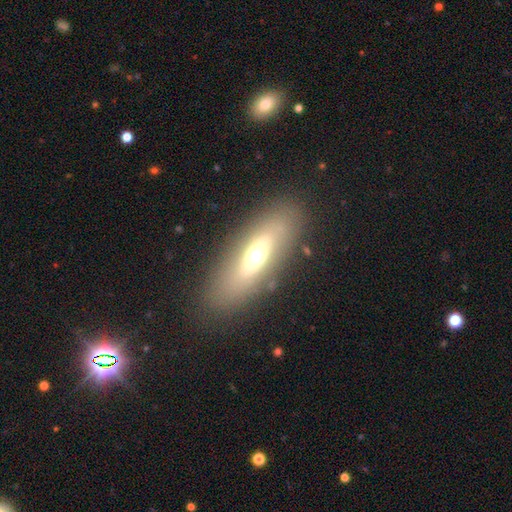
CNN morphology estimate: Q: Smooth or featured?
A: smooth (48%); runner-up: featured or disk (43%)
Q: Merging?
A: none (84%); runner-up: minor disturbance (10%)